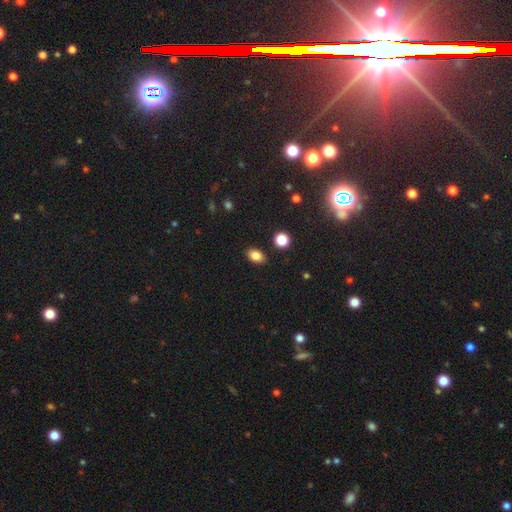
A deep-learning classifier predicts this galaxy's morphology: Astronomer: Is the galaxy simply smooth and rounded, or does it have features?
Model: smooth — 85%.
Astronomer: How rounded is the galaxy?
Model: in between — 84%.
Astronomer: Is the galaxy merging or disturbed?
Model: none — 87%.